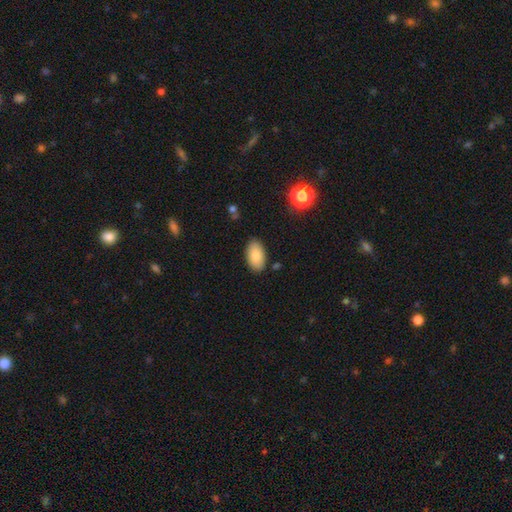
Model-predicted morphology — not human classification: A smooth galaxy with no disk features (84%) that is in between round and cigar-shaped (95%). Merging: none (85%).